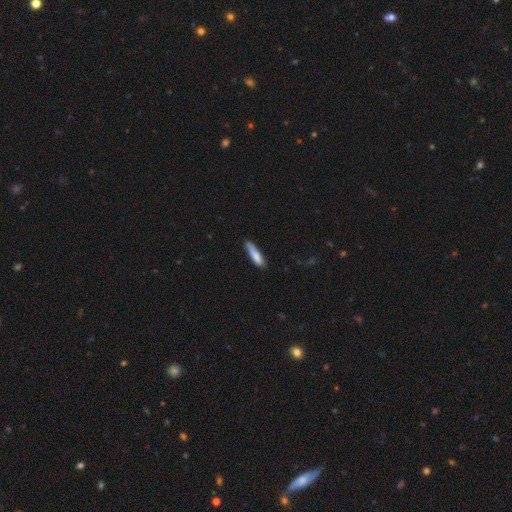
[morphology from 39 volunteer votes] Volunteers were most divided on "merging": none: 78%, minor disturbance: 19%, major disturbance: 3%, merger: 0%. More confident: how rounded — cigar-shaped (91%); smooth or featured — smooth (90%).